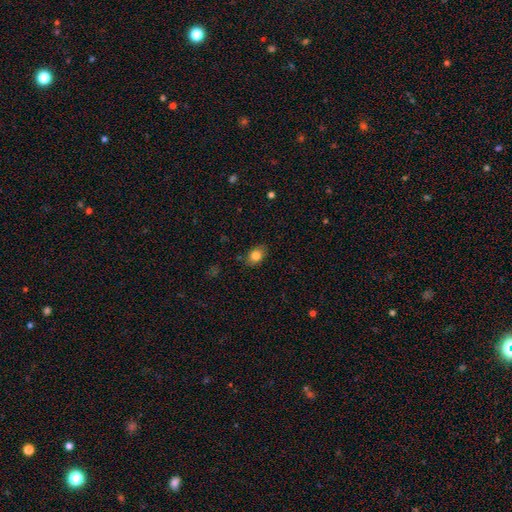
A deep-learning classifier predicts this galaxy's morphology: A smooth galaxy with no disk features (83%) that is in between round and cigar-shaped (73%).

Vote fractions:
- Smooth or featured? smooth: 83% / star or artifact: 9% / featured or disk: 8%
- How rounded? in between: 73% / round: 26% / cigar-shaped: 1%
- Merging? none: 82% / minor disturbance: 14% / major disturbance: 3% / merger: 1%